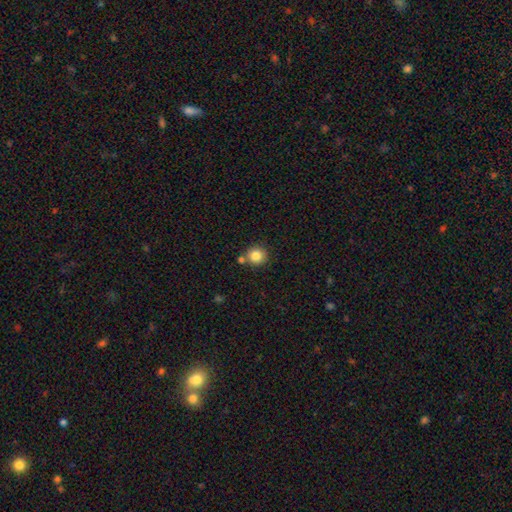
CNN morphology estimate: This is clearly a smooth galaxy (84%). How rounded: clearly round (91%). Merging: likely none (76%).